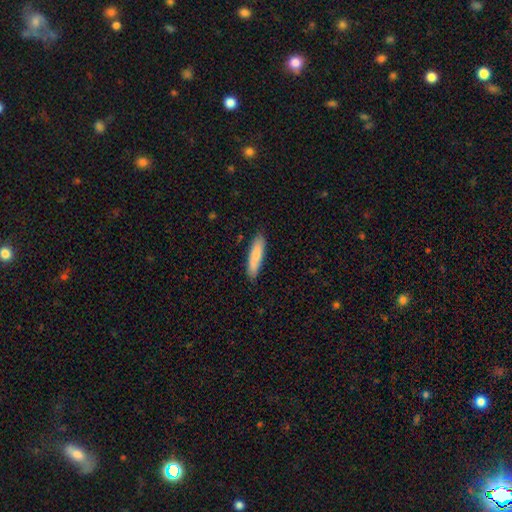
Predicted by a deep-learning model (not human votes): A smooth galaxy with no disk features (81%) that is cigar-shaped (75%). Merging: none (86%).